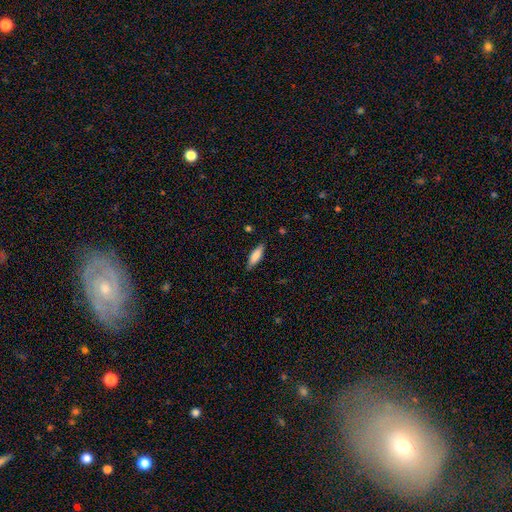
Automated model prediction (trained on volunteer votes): smooth 82%, featured or disk 12%, star or artifact 6%. Down the decision tree: how rounded — in between (51%); merging — none (83%).